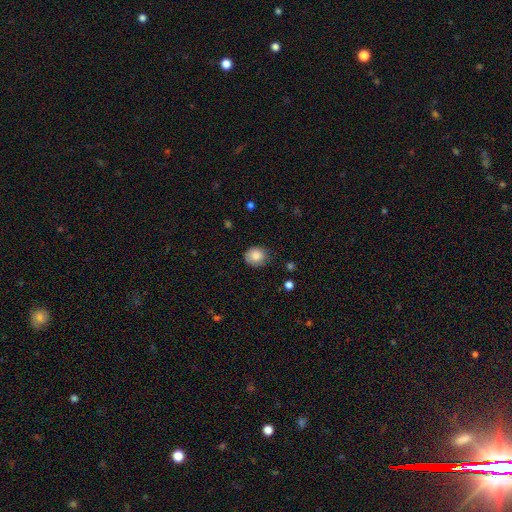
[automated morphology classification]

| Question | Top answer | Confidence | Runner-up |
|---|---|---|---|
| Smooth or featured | smooth | 85% | star or artifact (9%) |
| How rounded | round | 78% | in between (21%) |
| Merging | none | 79% | minor disturbance (16%) |